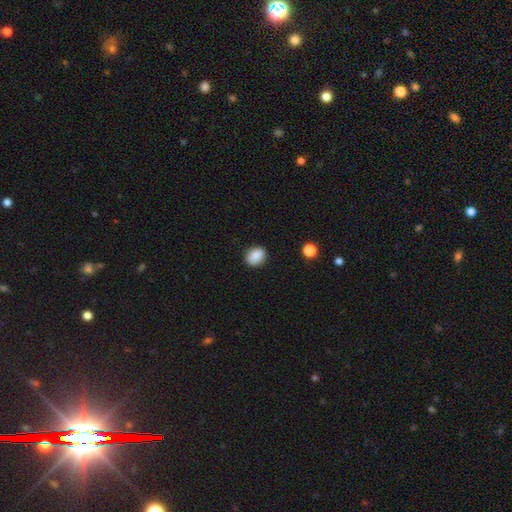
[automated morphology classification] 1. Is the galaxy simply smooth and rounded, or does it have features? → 88% smooth, 9% star or artifact, 4% featured or disk.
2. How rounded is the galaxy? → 53% in between, 46% round, 1% cigar-shaped.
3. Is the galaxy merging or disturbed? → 86% none, 10% minor disturbance, 2% major disturbance, 1% merger.